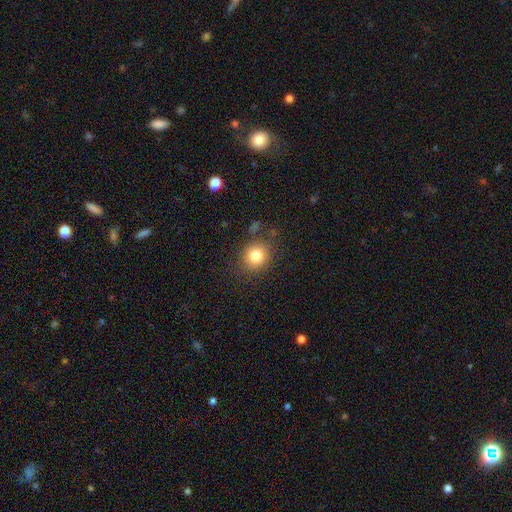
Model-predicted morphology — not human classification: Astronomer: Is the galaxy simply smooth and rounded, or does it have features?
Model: smooth — 80%.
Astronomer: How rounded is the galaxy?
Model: round — 81%.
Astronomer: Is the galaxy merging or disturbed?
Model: none — 83%.